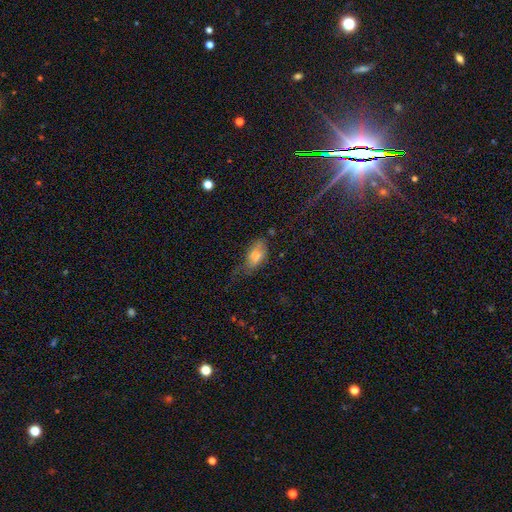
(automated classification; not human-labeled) smooth_or_featured: smooth (p=0.73) [alt: featured or disk p=0.18]
how_rounded: in between (p=0.89) [alt: cigar-shaped p=0.06]
merging: minor disturbance (p=0.34) [tied with: none p=0.34]